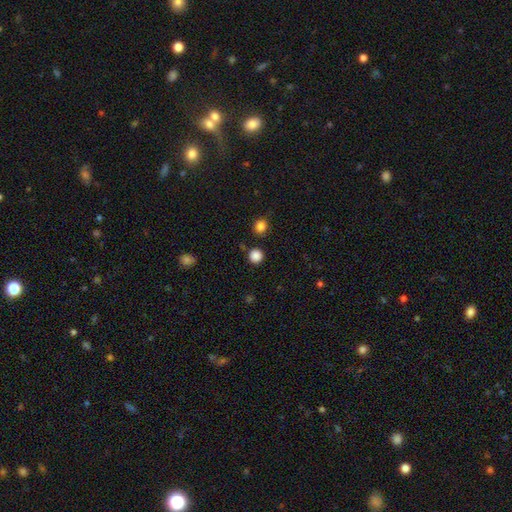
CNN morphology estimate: This appears to be a smooth galaxy with no disk features (85%) that is round (94%). Merging: none (87%).